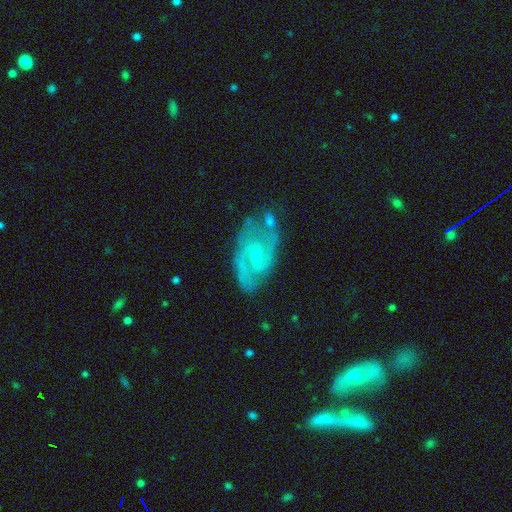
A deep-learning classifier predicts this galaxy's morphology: featured or disk 84%, smooth 10%, star or artifact 6%. Down the decision tree: edge-on disk — no (96%); bar — weak (56%); spiral arms — yes (94%); spiral arm count — 2 (76%); spiral winding — medium (51%); bulge size — small (54%); merging — none (66%).